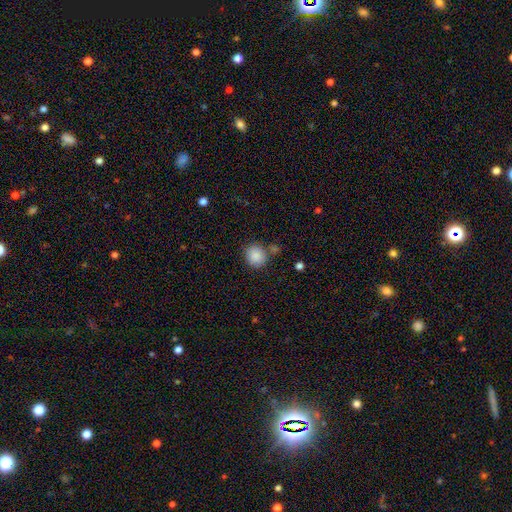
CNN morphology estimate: Overall: smooth (87%). How rounded: round (85%). Merging: none (76%).